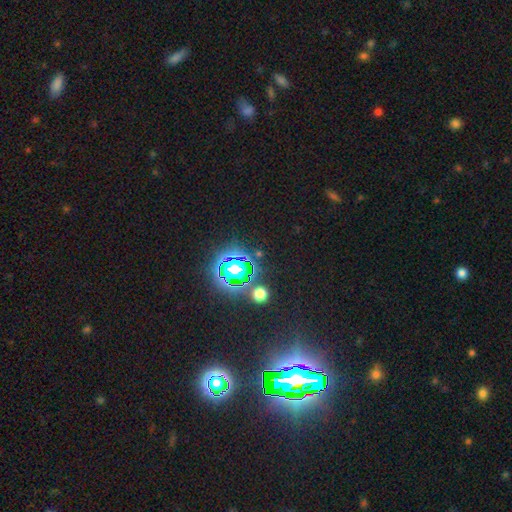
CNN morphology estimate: smooth_or_featured: star or artifact (p=0.75) [alt: smooth p=0.15]